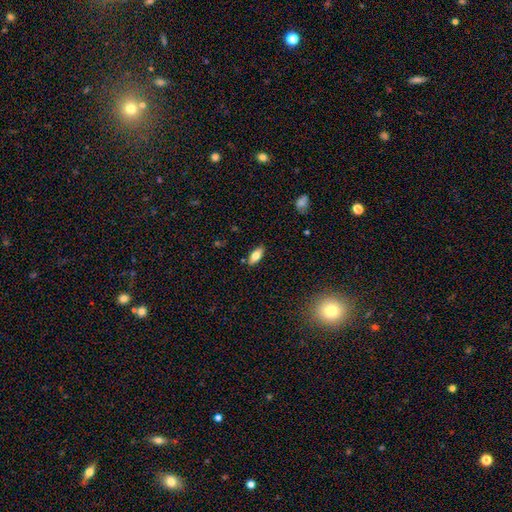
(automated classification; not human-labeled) smooth-or-featured: smooth: 75% | featured or disk: 18% | star or artifact: 7%
  how-rounded: in between: 83% | cigar-shaped: 14% | round: 2%
  merging: none: 86% | minor disturbance: 10% | major disturbance: 2% | merger: 2%